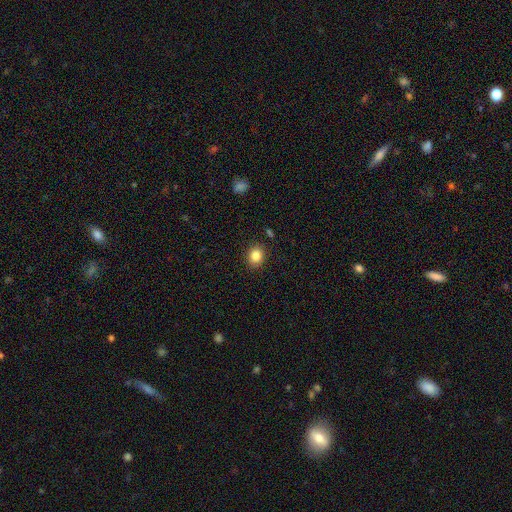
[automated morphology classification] type=smooth (85%); roundness=round (62%); merging=none (88%).